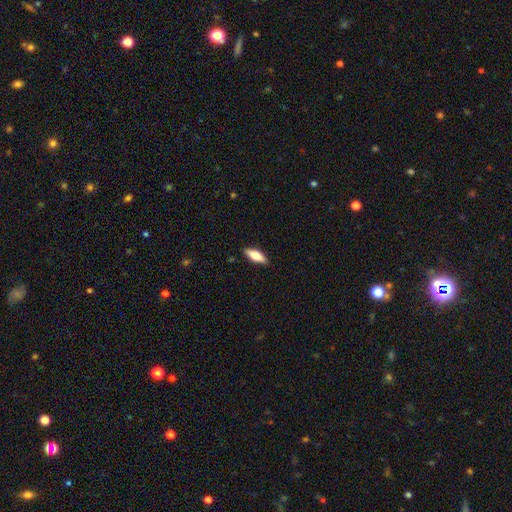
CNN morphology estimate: Smooth or featured?
  - smooth: 71% *
  - featured or disk: 23%
  - star or artifact: 6%
How rounded?
  - in between: 66% *
  - cigar-shaped: 32%
  - round: 2%
Merging?
  - none: 87% *
  - minor disturbance: 10%
  - major disturbance: 2%
  - merger: 1%